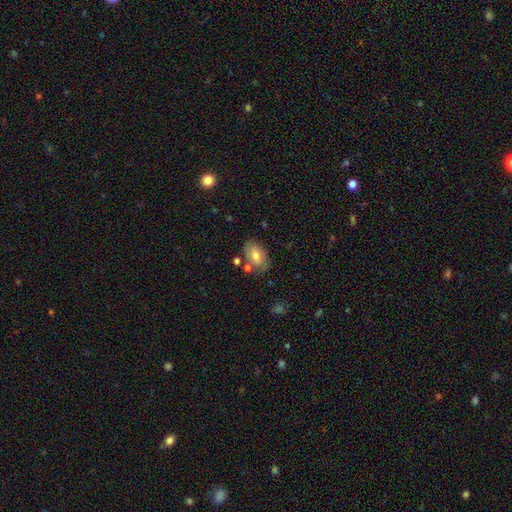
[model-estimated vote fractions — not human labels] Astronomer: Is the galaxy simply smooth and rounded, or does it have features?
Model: smooth — 69%.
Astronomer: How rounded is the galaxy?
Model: in between — 90%.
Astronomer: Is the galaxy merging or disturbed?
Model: none — 68%.